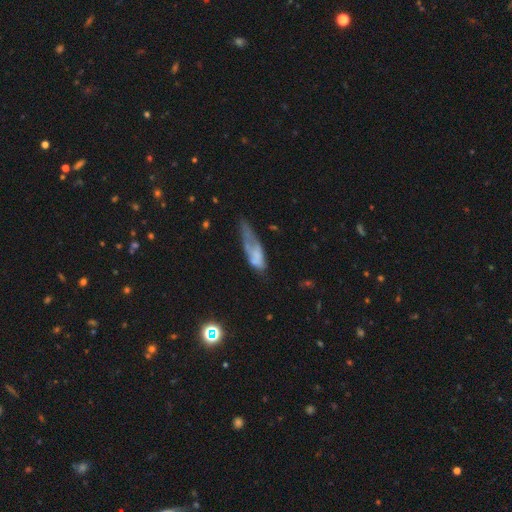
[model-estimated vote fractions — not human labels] smooth-or-featured: smooth: 53% | featured or disk: 37% | star or artifact: 10%
  how-rounded: in between: 61% | cigar-shaped: 35% | round: 3%
  merging: major disturbance: 42% | minor disturbance: 29% | none: 20% | merger: 8%